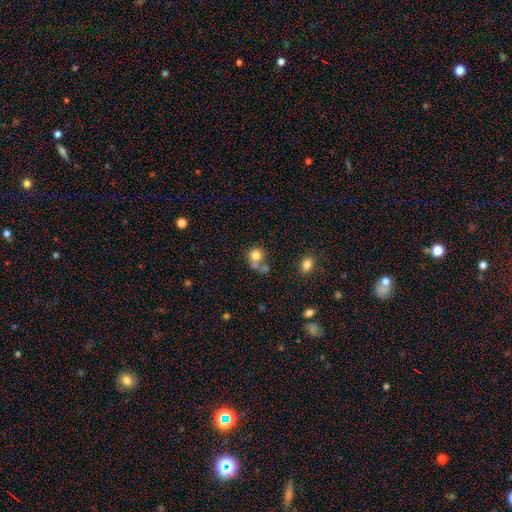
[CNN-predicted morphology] type=smooth (78%); roundness=round (82%); merging=none (44%).